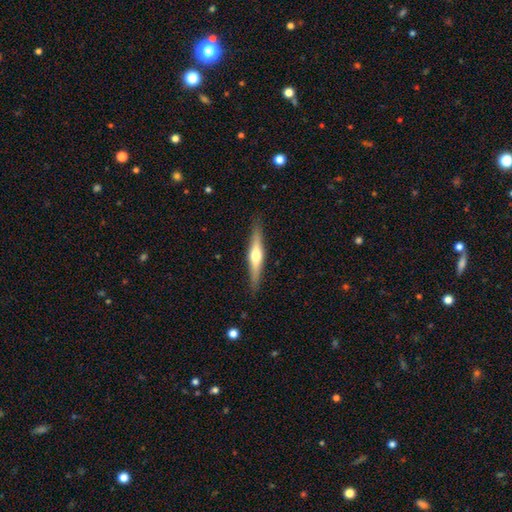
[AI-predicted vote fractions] Smooth or featured? Predicted: featured or disk (p=0.64). Edge-on disk? Predicted: yes (p=0.96). Edge-on bulge? Predicted: rounded (p=0.93). Merging? Predicted: none (p=0.89).